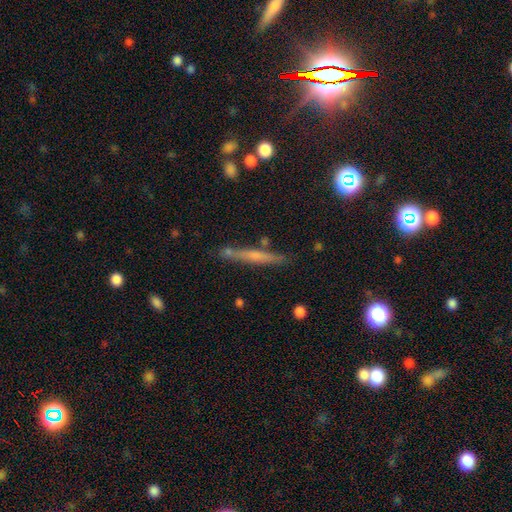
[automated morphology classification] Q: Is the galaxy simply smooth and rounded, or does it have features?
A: smooth — 49%.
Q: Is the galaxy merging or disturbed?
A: none — 80%.